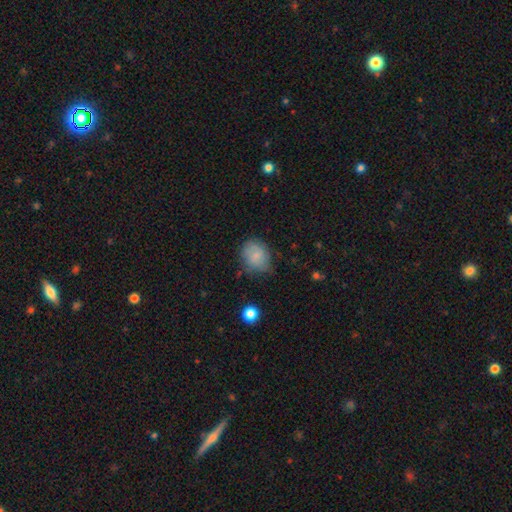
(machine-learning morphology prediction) smooth_or_featured: smooth (p=0.78) [alt: featured or disk p=0.14]
how_rounded: round (p=0.54) [alt: in between p=0.45]
merging: none (p=0.64) [alt: minor disturbance p=0.28]